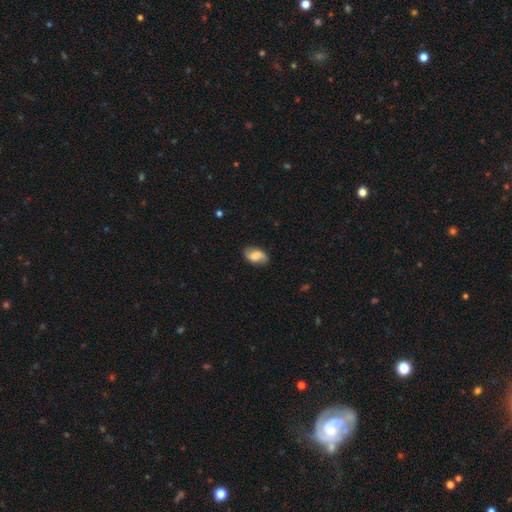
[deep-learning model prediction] Smooth or featured? smooth (50%)
Merging? none (80%)